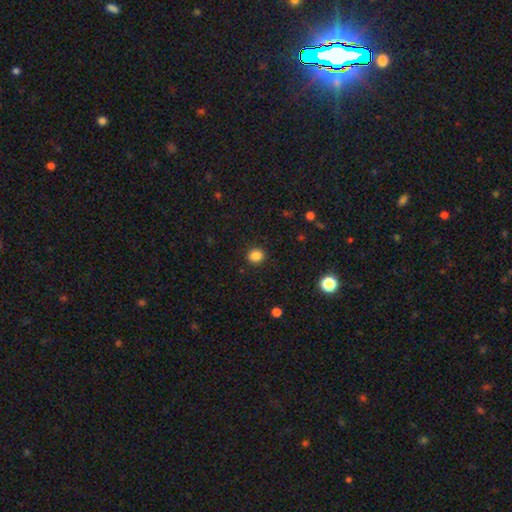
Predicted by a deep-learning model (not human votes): This appears to be a smooth galaxy with no disk features (85%) that is round (74%). Merging: none (90%).